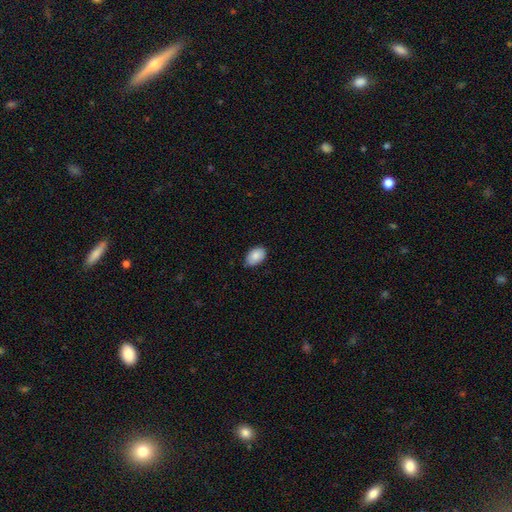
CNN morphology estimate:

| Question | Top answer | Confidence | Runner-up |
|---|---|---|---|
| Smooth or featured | smooth | 87% | star or artifact (7%) |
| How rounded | in between | 91% | round (8%) |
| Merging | none | 79% | minor disturbance (18%) |